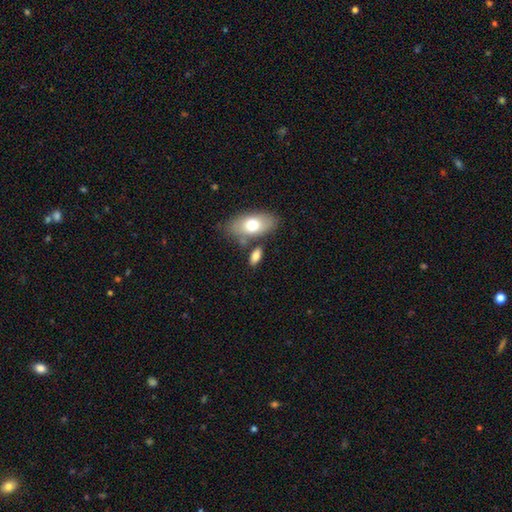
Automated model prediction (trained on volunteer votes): Smooth or featured?
  - smooth: 76% *
  - featured or disk: 18%
  - star or artifact: 7%
How rounded?
  - in between: 83% *
  - cigar-shaped: 11%
  - round: 6%
Merging?
  - none: 67% *
  - merger: 15%
  - minor disturbance: 13%
  - major disturbance: 4%